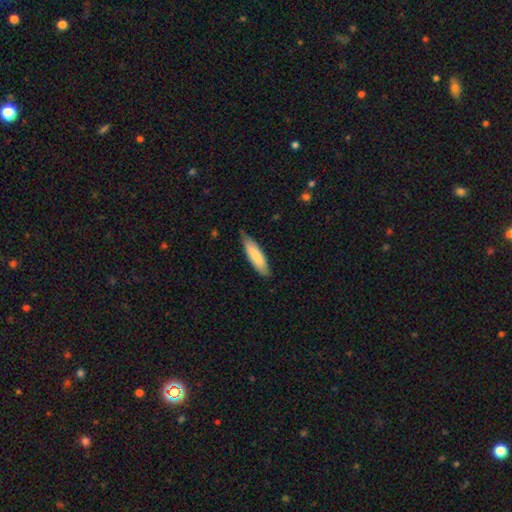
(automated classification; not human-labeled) Morphology: type=smooth (77%); roundness=cigar-shaped (61%); merging=none (78%).